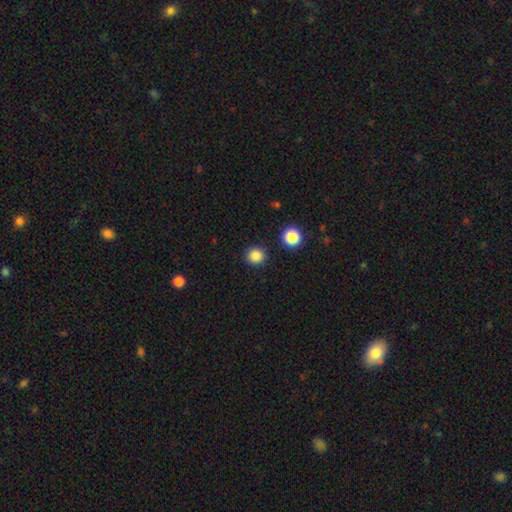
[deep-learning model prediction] Morphology: type=smooth (85%); roundness=round (92%); merging=none (90%).